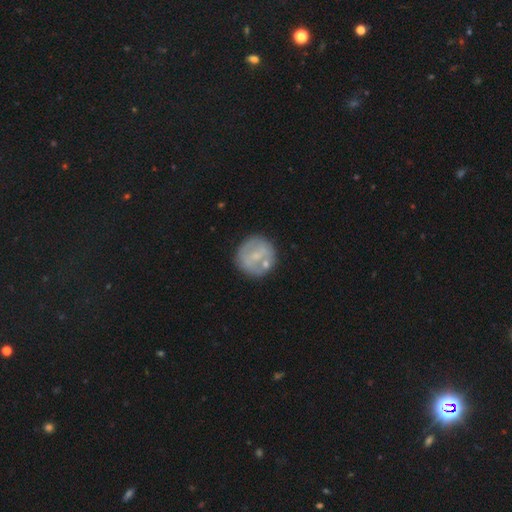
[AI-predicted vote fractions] A smooth galaxy with no disk features (48%).

Vote fractions:
- Smooth or featured? smooth: 48% / featured or disk: 45% / star or artifact: 8%
- Merging? none: 74% / minor disturbance: 13% / merger: 8% / major disturbance: 5%